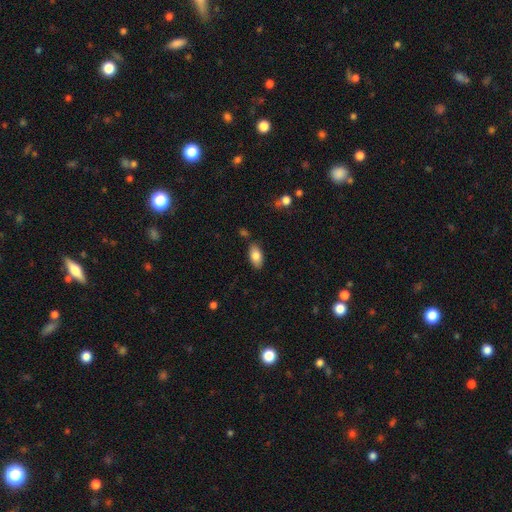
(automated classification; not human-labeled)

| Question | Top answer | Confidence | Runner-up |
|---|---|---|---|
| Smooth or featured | smooth | 82% | featured or disk (11%) |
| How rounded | in between | 92% | cigar-shaped (5%) |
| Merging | none | 83% | minor disturbance (12%) |